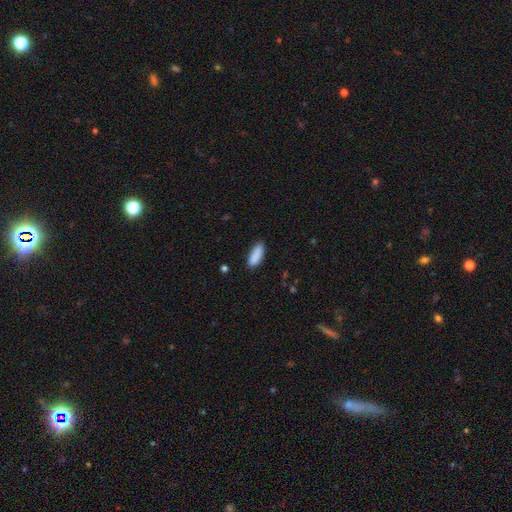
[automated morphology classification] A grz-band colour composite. It shows a smooth galaxy with no disk features (89%) that is in between round and cigar-shaped (73%). Merging: none (80%).